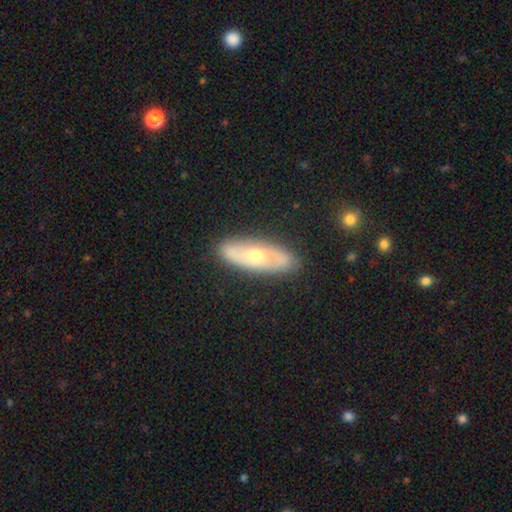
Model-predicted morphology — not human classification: smooth-or-featured: featured or disk: 54% | smooth: 40% | star or artifact: 6%
  disk-edge-on: no: 72% | yes: 28%
  merging: none: 86% | minor disturbance: 10% | major disturbance: 3% | merger: 1%